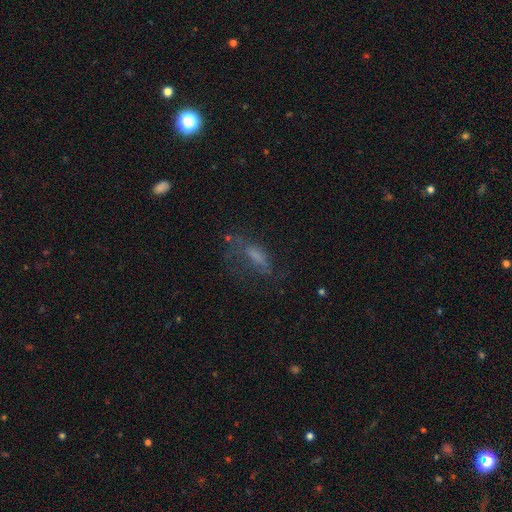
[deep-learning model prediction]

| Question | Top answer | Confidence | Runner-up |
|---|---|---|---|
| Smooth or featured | smooth | 44% | featured or disk (35%) |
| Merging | none | 45% | major disturbance (30%) |